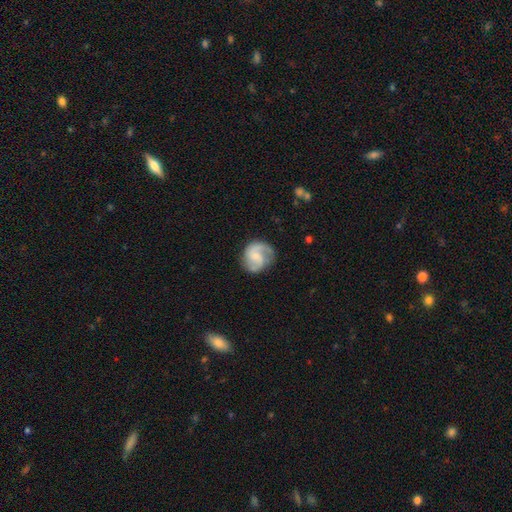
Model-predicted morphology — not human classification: featured or disk 74%, smooth 20%, star or artifact 6%. Down the decision tree: edge-on disk — no (98%); bar — no (48%); spiral arms — yes (95%); spiral arm count — 2 (78%); spiral winding — medium (48%); bulge size — small (50%); merging — none (71%).